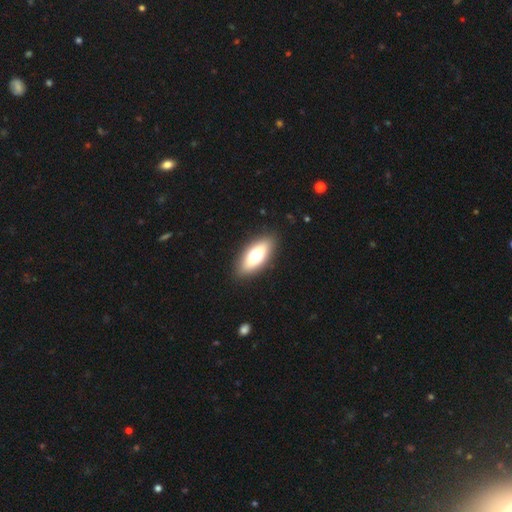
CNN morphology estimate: Smooth or featured? smooth (67%)
How rounded? in between (76%)
Merging? none (89%)